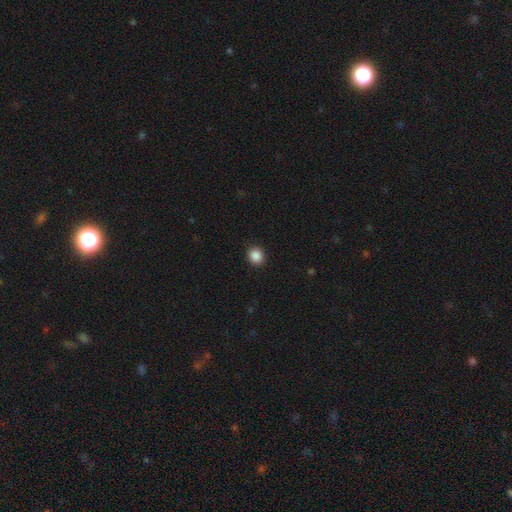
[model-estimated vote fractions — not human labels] Morphology: type=smooth (88%); roundness=round (77%); merging=none (92%).